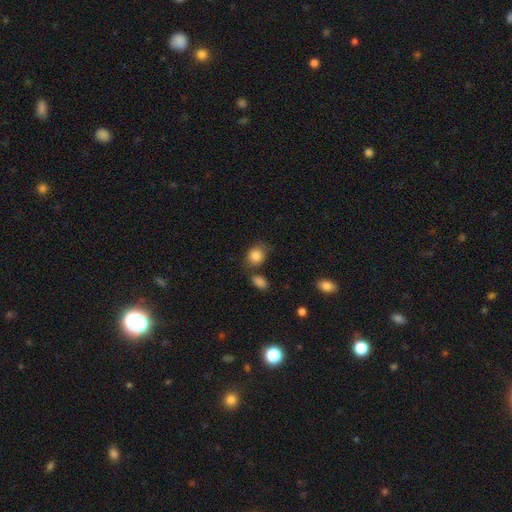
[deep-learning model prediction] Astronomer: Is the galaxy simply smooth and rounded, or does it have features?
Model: smooth — 86%.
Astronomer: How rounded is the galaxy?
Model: round — 55% (runner-up: in between, 44%).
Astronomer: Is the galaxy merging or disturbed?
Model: none — 61%.